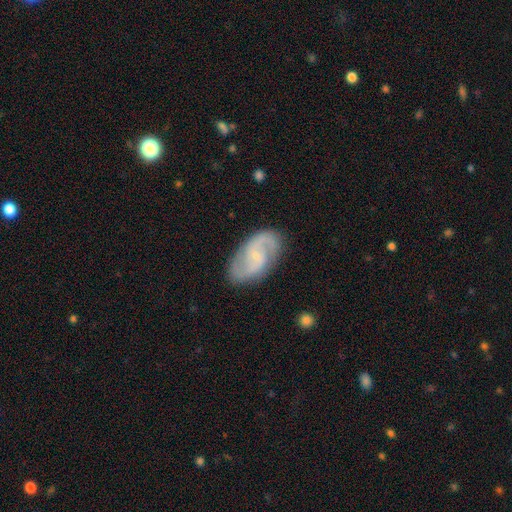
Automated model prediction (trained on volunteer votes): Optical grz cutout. It shows a featured or disk galaxy (84%) with no bar (48%), 2 (89%) medium (52%) spiral arms (96%) and a small central bulge (75%). Merging: none (82%).